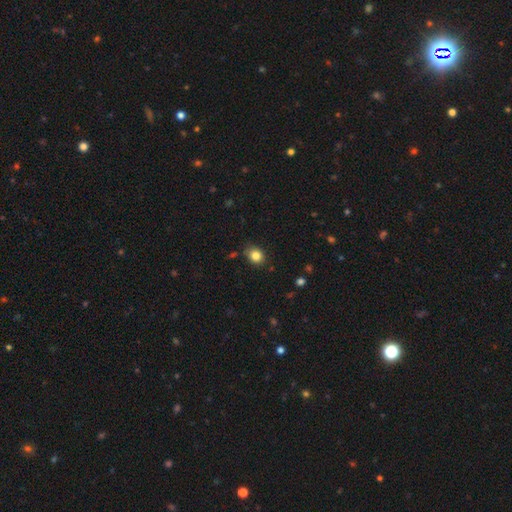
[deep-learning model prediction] smooth-or-featured: smooth: 84% | star or artifact: 10% | featured or disk: 6%
  how-rounded: round: 60% | in between: 40% | cigar-shaped: 1%
  merging: none: 80% | minor disturbance: 15% | major disturbance: 3% | merger: 2%